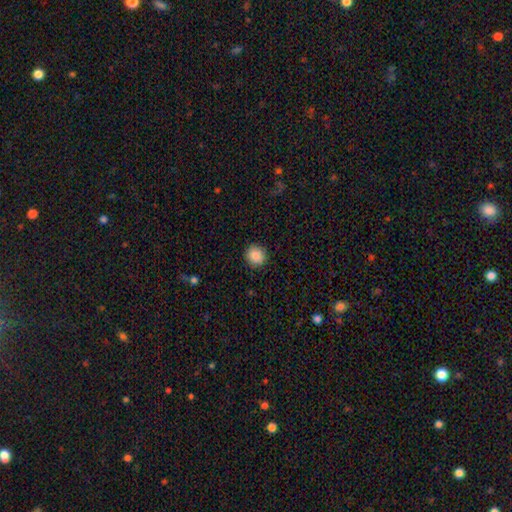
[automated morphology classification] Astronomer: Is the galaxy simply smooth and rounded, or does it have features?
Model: smooth — 88%.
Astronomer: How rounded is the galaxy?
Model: round — 86%.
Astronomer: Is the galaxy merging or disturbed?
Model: none — 91%.